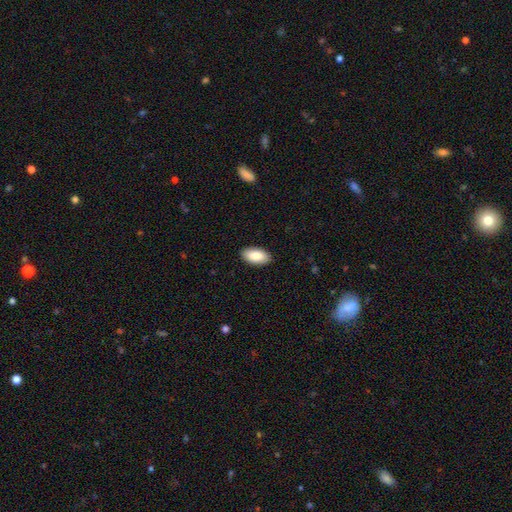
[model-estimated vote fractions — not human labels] The model was most divided on "smooth or featured": smooth: 87%, featured or disk: 7%, star or artifact: 6%. More confident: how rounded — in between (95%); merging — none (90%).